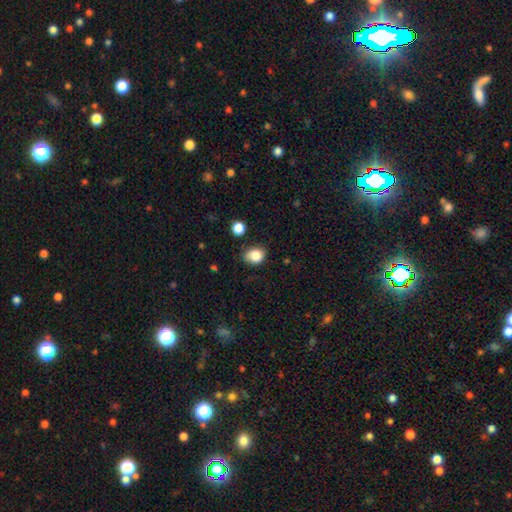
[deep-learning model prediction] Smooth or featured? Predicted: smooth (p=0.84). How rounded? Predicted: round (p=0.52). Merging? Predicted: none (p=0.70).